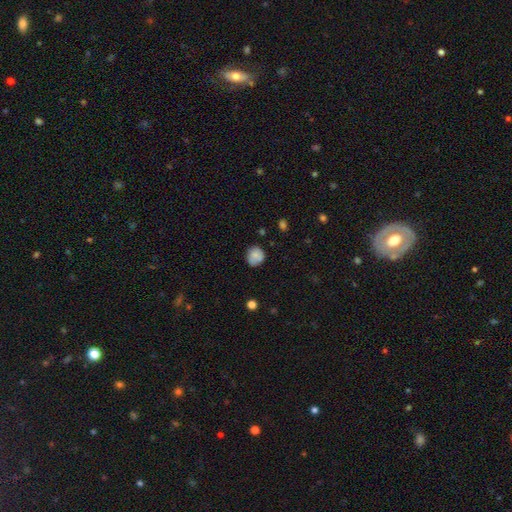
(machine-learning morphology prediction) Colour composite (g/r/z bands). It shows a smooth galaxy with no disk features (77%) that is round (78%). Merging: none (67%).